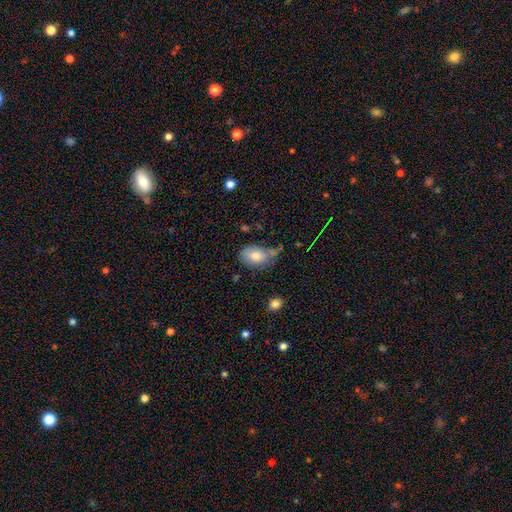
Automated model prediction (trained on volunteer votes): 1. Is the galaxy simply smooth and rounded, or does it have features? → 76% smooth, 16% featured or disk, 9% star or artifact.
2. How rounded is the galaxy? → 80% in between, 19% round, 1% cigar-shaped.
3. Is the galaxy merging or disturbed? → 47% none, 31% minor disturbance, 11% major disturbance, 10% merger.